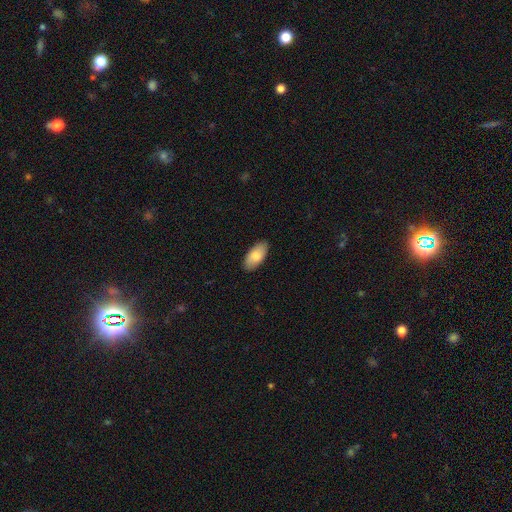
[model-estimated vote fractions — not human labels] Overall: smooth (83%). How rounded: in between (94%). Merging: none (89%).